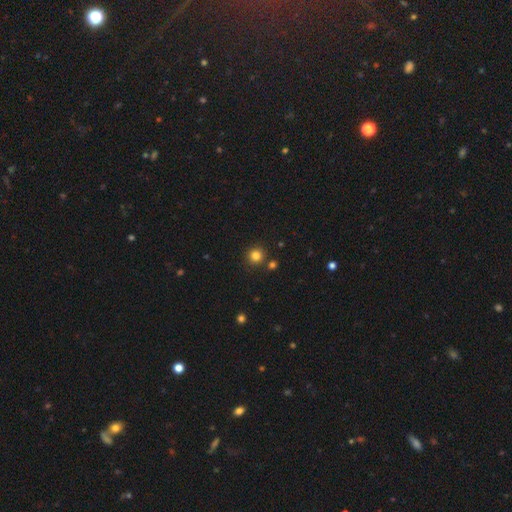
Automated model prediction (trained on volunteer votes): This is clearly a smooth galaxy (82%). How rounded: clearly round (94%). Merging: clearly none (85%).